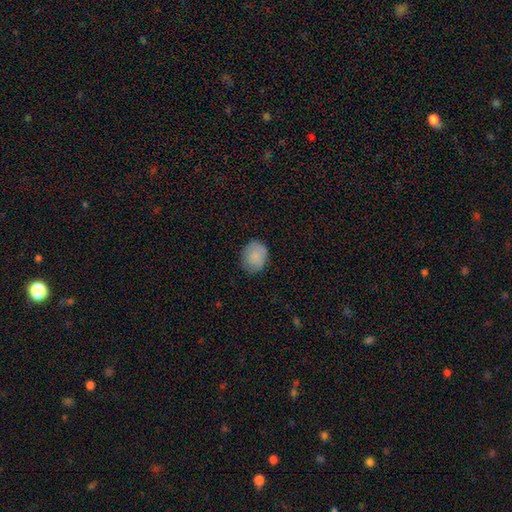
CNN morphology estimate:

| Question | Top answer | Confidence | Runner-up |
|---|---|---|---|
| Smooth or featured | smooth | 85% | featured or disk (8%) |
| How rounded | round | 59% | in between (40%) |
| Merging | none | 78% | minor disturbance (17%) |